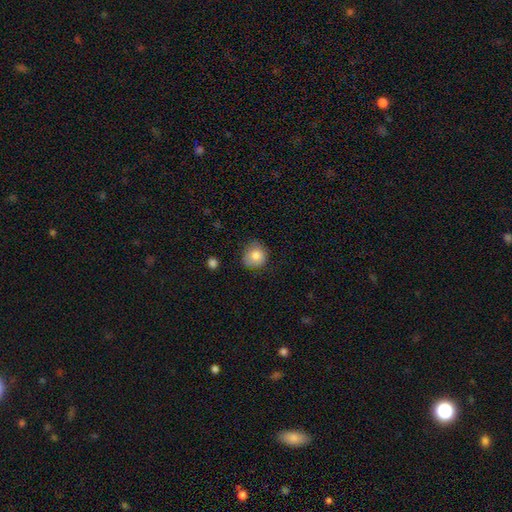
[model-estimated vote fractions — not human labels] smooth 84%, star or artifact 9%, featured or disk 8%. Down the decision tree: how rounded — round (85%); merging — none (71%).